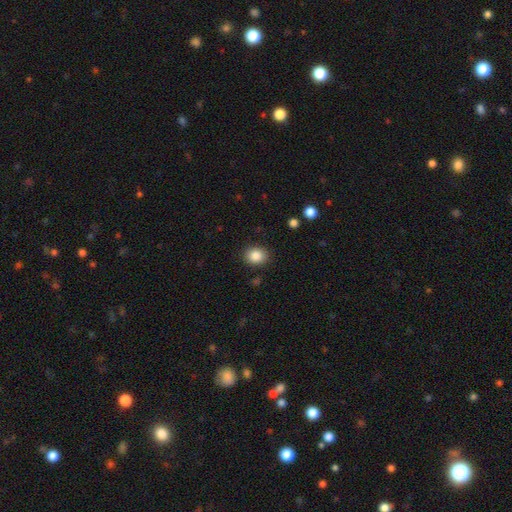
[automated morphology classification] Smooth or featured? smooth (86%)
How rounded? round (59%)
Merging? none (89%)